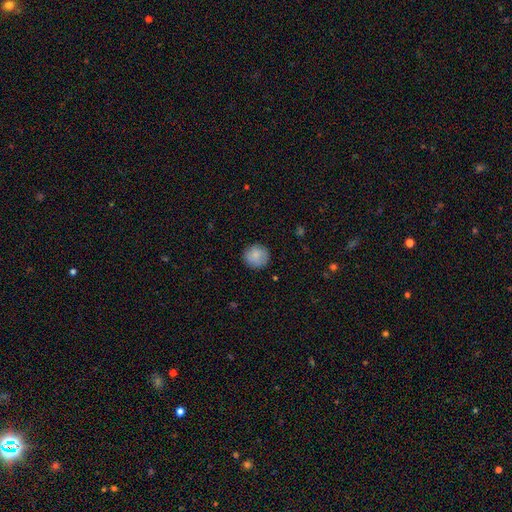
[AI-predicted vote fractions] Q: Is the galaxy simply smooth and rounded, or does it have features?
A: smooth — 84%.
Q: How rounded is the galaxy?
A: round — 92%.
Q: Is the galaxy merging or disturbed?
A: none — 87%.